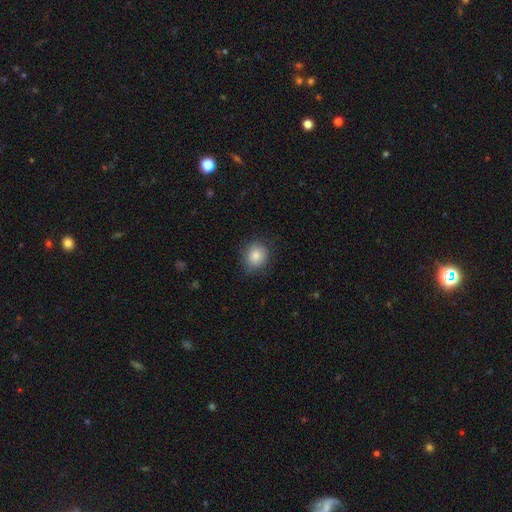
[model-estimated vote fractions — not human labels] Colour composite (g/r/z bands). It shows a smooth galaxy with no disk features (86%) that is round (77%). Merging: none (83%).